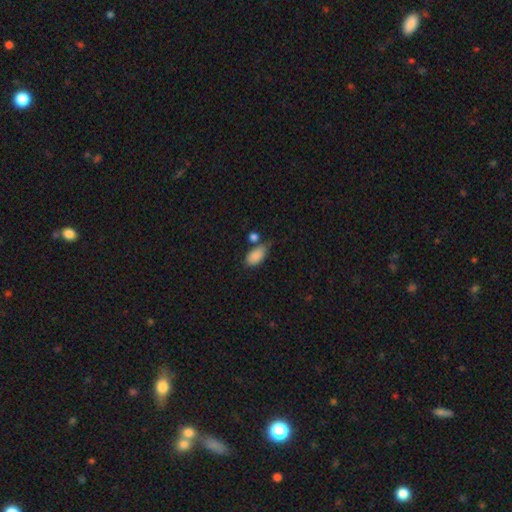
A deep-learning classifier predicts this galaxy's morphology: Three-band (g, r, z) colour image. It shows a smooth galaxy with no disk features (87%) that is in between round and cigar-shaped (93%). Merging: none (59%).